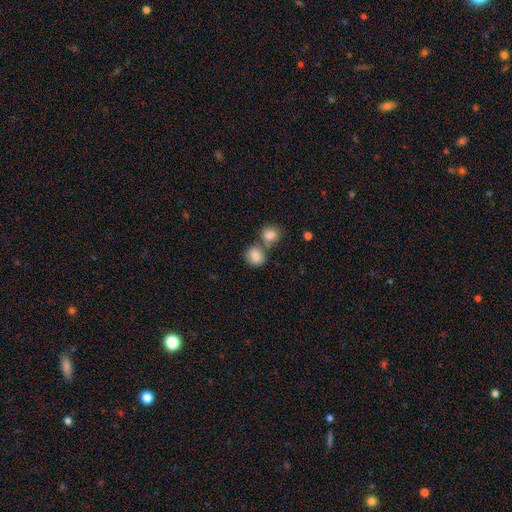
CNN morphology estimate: smooth 84%, star or artifact 9%, featured or disk 7%. Down the decision tree: how rounded — round (63%); merging — none (46%).